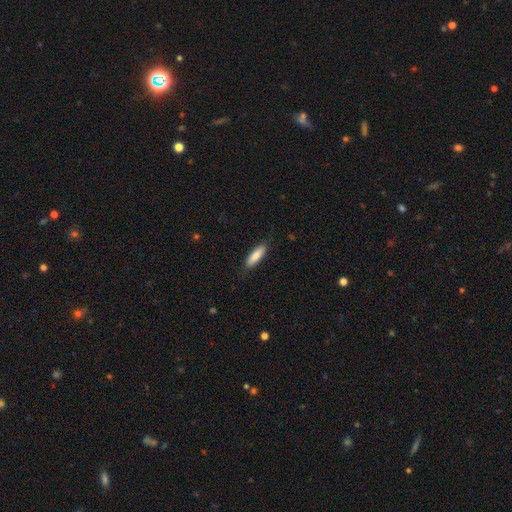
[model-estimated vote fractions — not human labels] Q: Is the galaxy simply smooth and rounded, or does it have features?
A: smooth — 82%.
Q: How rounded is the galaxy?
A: cigar-shaped — 59%.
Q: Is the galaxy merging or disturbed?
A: none — 84%.